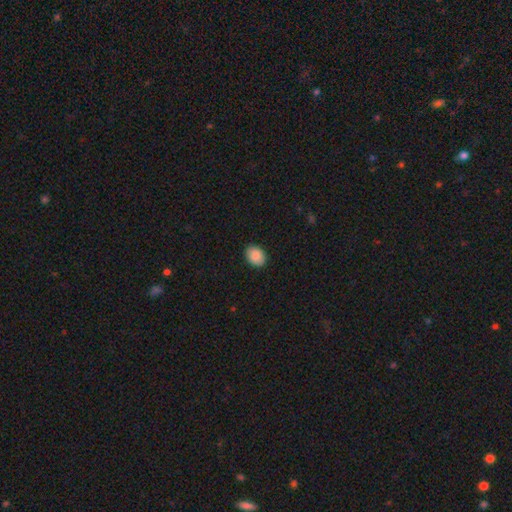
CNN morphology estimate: The model was most divided on "how rounded": in between: 63%, round: 36%, cigar-shaped: 1%. More confident: merging — none (90%); smooth or featured — smooth (89%).